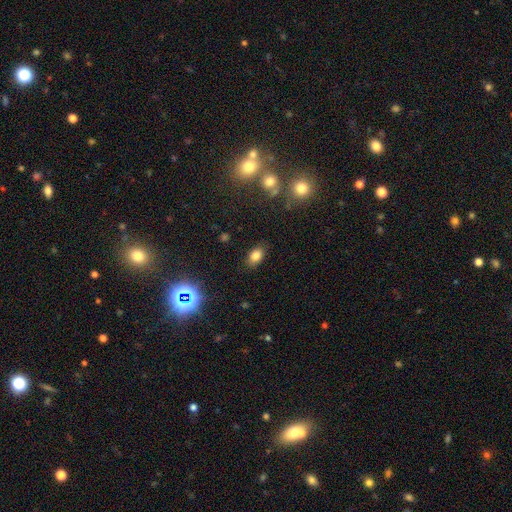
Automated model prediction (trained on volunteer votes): A smooth galaxy with no disk features (79%) that is in between round and cigar-shaped (86%).

Vote fractions:
- Smooth or featured? smooth: 79% / star or artifact: 14% / featured or disk: 8%
- How rounded? in between: 86% / round: 12% / cigar-shaped: 2%
- Merging? none: 84% / minor disturbance: 11% / major disturbance: 3% / merger: 1%